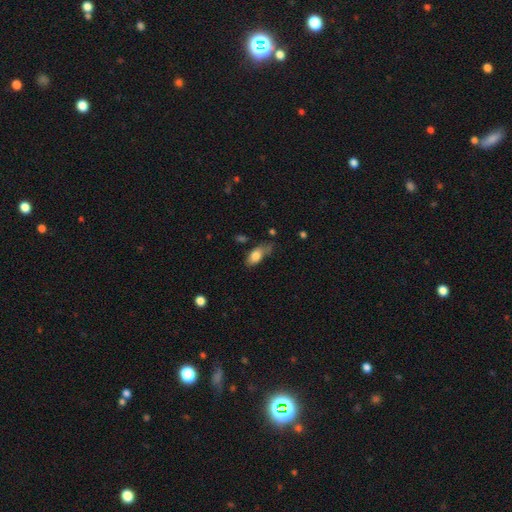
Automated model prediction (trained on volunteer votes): This appears to be a smooth galaxy with no disk features (77%) that is in between round and cigar-shaped (86%). Merging: none (44%).